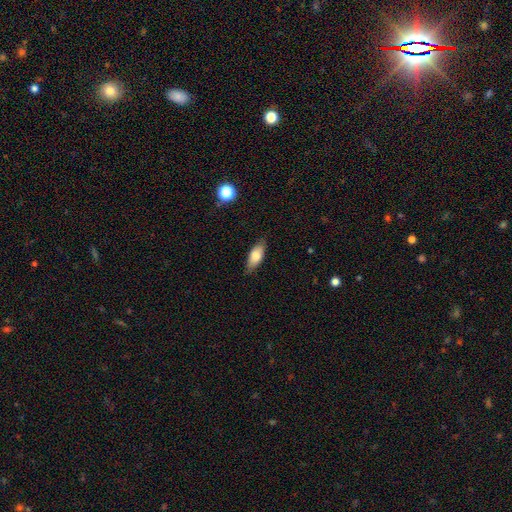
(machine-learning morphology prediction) Smooth or featured? Predicted: smooth (p=0.77). How rounded? Predicted: in between (p=0.77). Merging? Predicted: none (p=0.83).